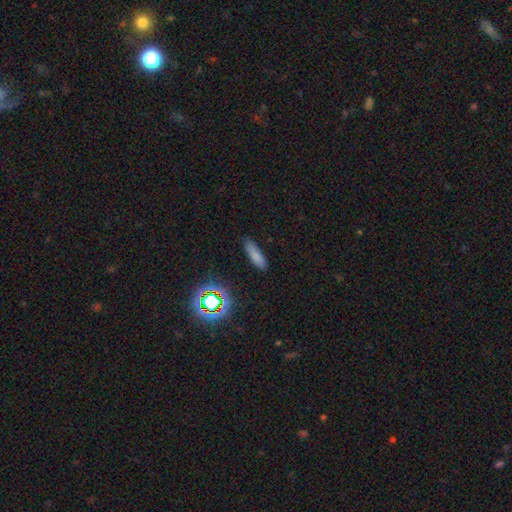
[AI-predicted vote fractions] smooth 78%, star or artifact 13%, featured or disk 9%. Down the decision tree: how rounded — cigar-shaped (63%); merging — none (84%).